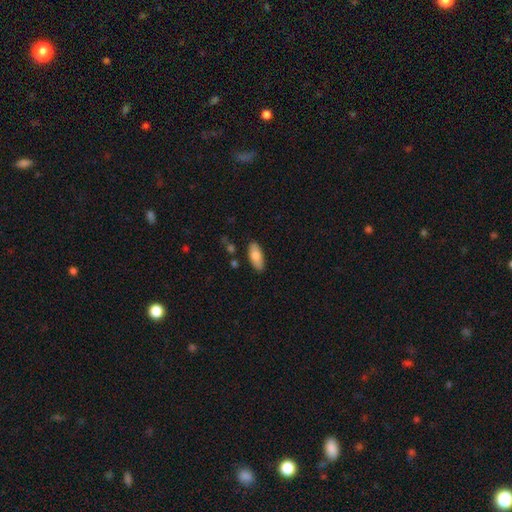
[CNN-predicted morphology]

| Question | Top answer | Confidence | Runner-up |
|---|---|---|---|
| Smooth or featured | smooth | 77% | featured or disk (17%) |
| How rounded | in between | 82% | cigar-shaped (16%) |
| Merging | none | 86% | minor disturbance (10%) |